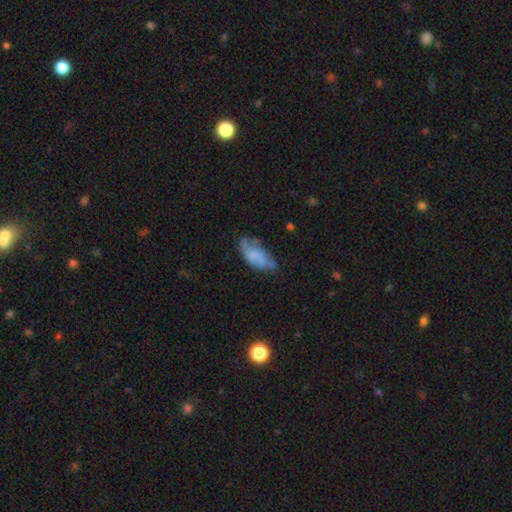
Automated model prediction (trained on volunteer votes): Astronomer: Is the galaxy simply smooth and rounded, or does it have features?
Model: smooth — 50% (runner-up: featured or disk, 41%).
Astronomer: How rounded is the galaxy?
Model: in between — 89%.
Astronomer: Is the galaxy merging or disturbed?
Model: none — 53% (runner-up: minor disturbance, 31%).